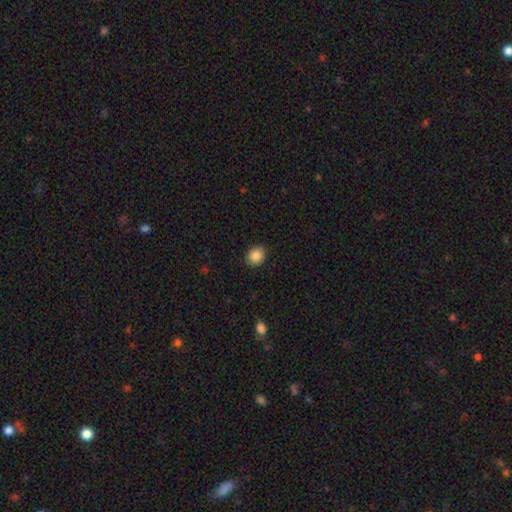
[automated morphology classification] Smooth or featured: smooth — 87% (star or artifact — 9%)
How rounded: round — 68% (in between — 31%)
Merging: none — 87% (minor disturbance — 10%)